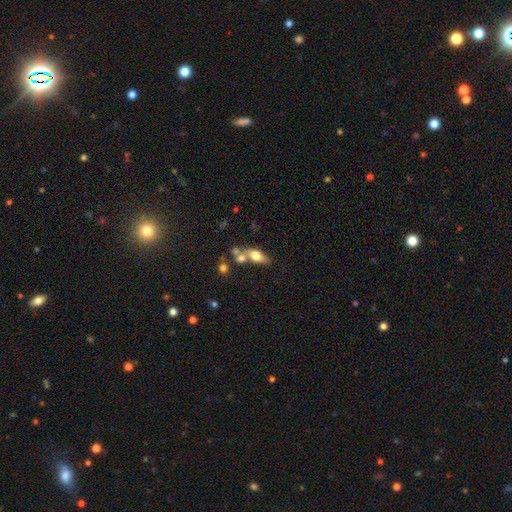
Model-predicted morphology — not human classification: Smooth or featured? smooth (66%)
How rounded? in between (75%)
Merging? merger (43%)